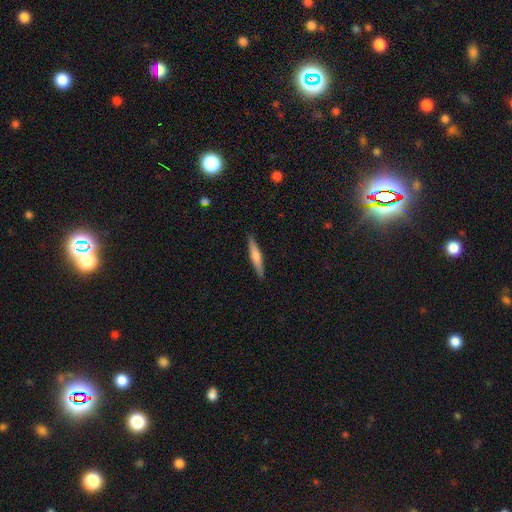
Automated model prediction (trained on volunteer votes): The model was most divided on "smooth or featured": smooth: 52%, featured or disk: 43%, star or artifact: 5%. More confident: how rounded — cigar-shaped (93%); merging — none (91%).